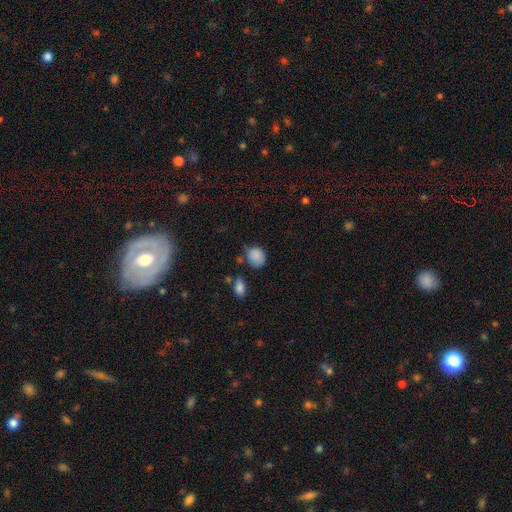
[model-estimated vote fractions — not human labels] Smooth or featured? smooth (86%)
How rounded? round (68%)
Merging? none (55%)